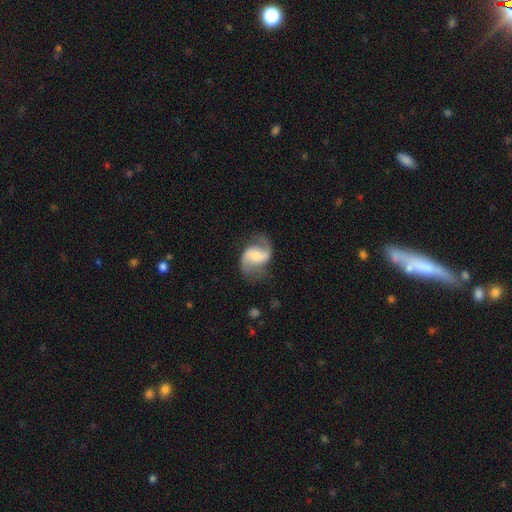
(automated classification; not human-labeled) Q: Smooth or featured?
A: featured or disk (84%); runner-up: smooth (11%)
Q: Edge-on disk?
A: no (98%); runner-up: yes (2%)
Q: Bar?
A: weak (45%); runner-up: no (35%)
Q: Spiral arms?
A: yes (96%); runner-up: no (4%)
Q: Spiral winding?
A: loose (53%); runner-up: medium (39%)
Q: Spiral arm count?
A: 2 (91%); runner-up: 1 (4%)
Q: Bulge size?
A: moderate (41%); runner-up: small (36%)
Q: Merging?
A: none (67%); runner-up: minor disturbance (19%)